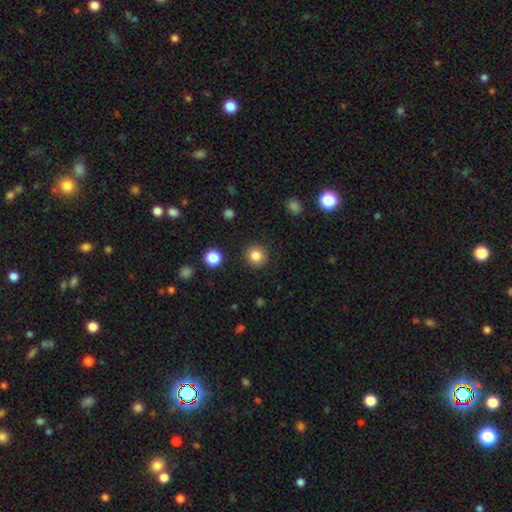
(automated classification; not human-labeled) Overall: smooth (84%). How rounded: round (94%). Merging: none (90%).